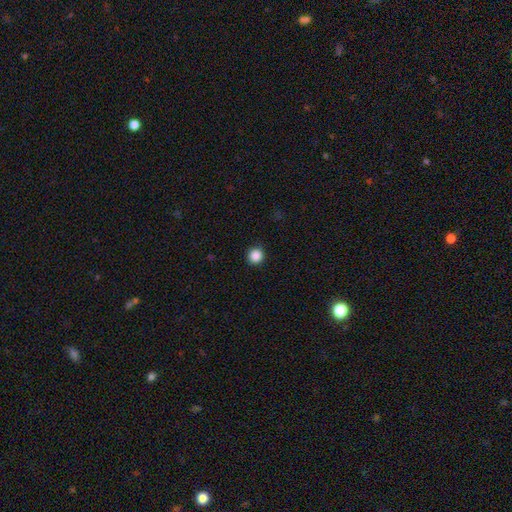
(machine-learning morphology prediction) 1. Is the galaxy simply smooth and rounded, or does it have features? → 87% smooth, 10% star or artifact, 3% featured or disk.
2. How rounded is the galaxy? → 94% round, 5% in between, 1% cigar-shaped.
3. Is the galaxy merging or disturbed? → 91% none, 6% minor disturbance, 2% major disturbance, 1% merger.